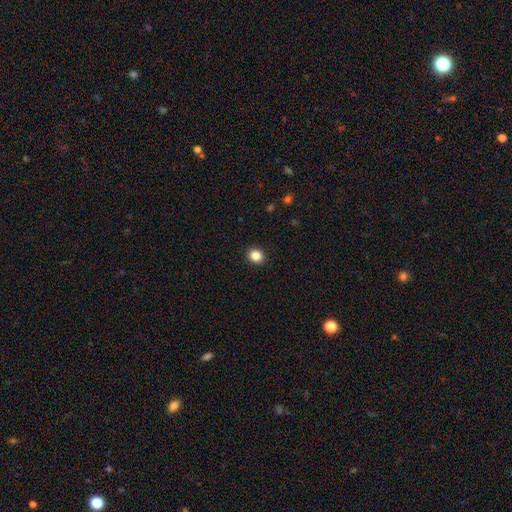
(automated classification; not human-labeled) This appears to be a smooth galaxy with no disk features (85%) that is round (72%). Merging: none (92%).